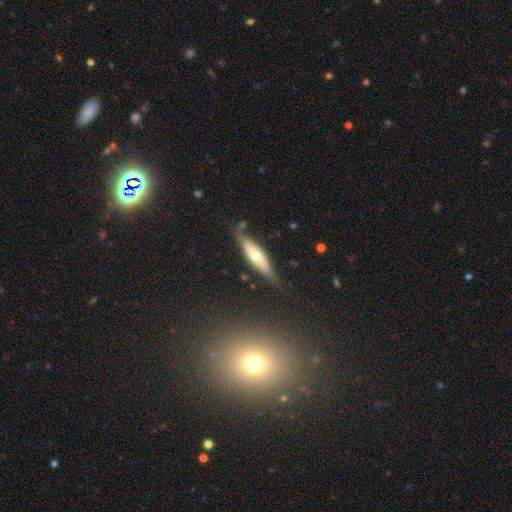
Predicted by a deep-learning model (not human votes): This is possibly a featured or disk galaxy (47%). Merging: likely none (71%).